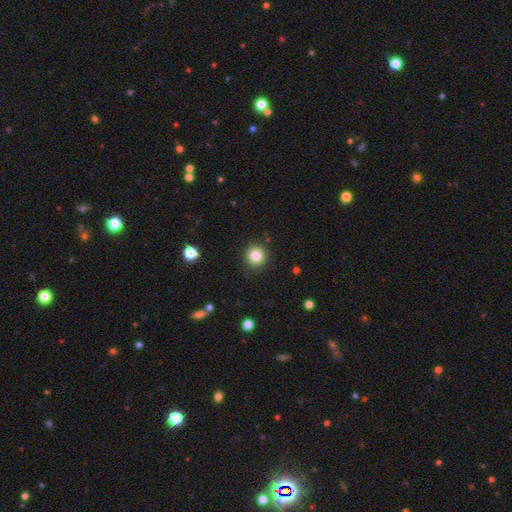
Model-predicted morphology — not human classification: This appears to be a smooth galaxy with no disk features (83%) that is round (92%). Merging: none (88%).